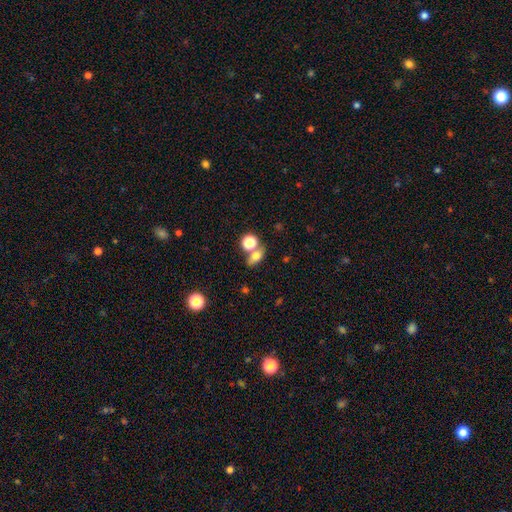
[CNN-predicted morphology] Smooth or featured: smooth — 70% (featured or disk — 17%)
How rounded: in between — 62% (round — 32%)
Merging: none — 53% (merger — 31%)